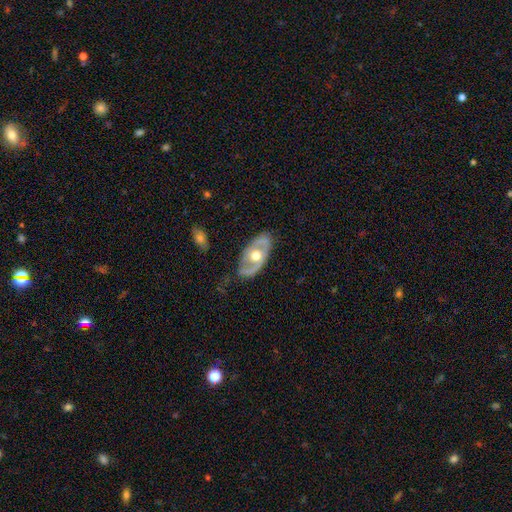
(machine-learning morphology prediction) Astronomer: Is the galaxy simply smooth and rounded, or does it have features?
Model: featured or disk — 72%.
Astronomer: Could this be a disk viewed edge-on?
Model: no — 87%.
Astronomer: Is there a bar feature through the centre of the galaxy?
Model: no — 78%.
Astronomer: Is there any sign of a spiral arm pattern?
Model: yes — 53% (runner-up: no, 47%).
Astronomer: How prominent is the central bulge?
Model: moderate — 76%.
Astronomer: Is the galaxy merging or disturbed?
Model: none — 78%.